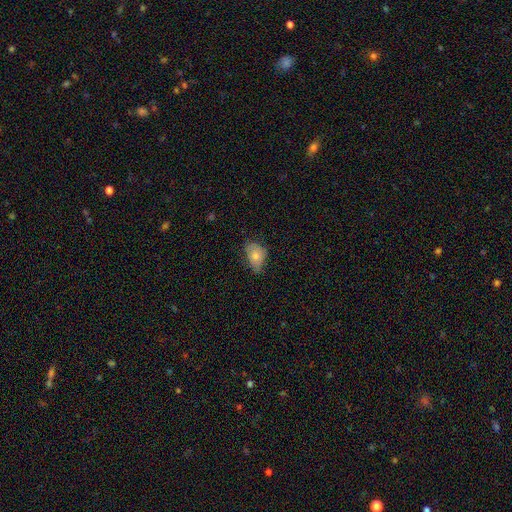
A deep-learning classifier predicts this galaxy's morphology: Q: Smooth or featured?
A: smooth (73%); runner-up: featured or disk (19%)
Q: How rounded?
A: in between (83%); runner-up: round (15%)
Q: Merging?
A: none (44%); runner-up: minor disturbance (40%)